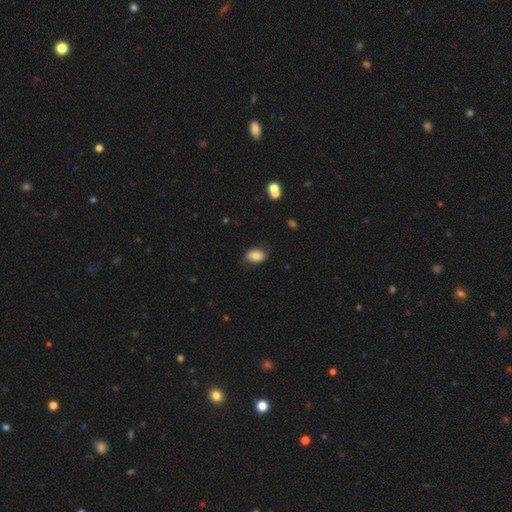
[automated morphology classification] Smooth or featured: smooth — 77% (featured or disk — 14%)
How rounded: in between — 85% (round — 14%)
Merging: none — 77% (minor disturbance — 17%)